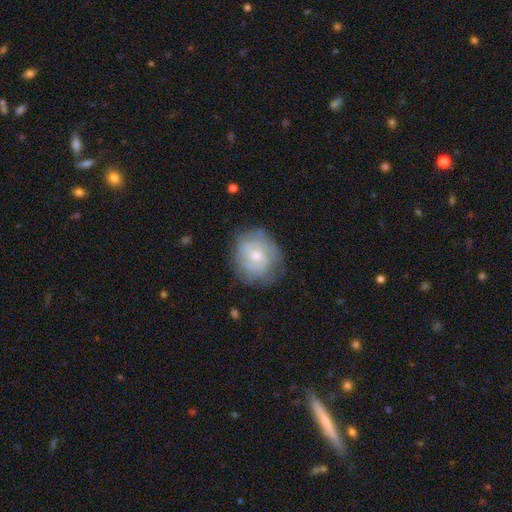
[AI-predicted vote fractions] Smooth or featured?
  - featured or disk: 67% *
  - smooth: 26%
  - star or artifact: 7%
Edge-on disk?
  - no: 98% *
  - yes: 2%
Bar?
  - no: 68% *
  - weak: 29%
  - strong: 3%
Spiral arms?
  - yes: 87% *
  - no: 13%
Spiral winding?
  - tight: 59% *
  - medium: 32%
  - loose: 9%
Spiral arm count?
  - 2: 40% *
  - can't tell: 35%
  - 3: 14%
  - 1: 4%
  - 4: 4%
  - more than 4: 3%
Bulge size?
  - moderate: 49% *
  - small: 44%
  - large: 3%
  - none: 3%
  - dominant: 1%
Merging?
  - none: 74% *
  - minor disturbance: 18%
  - major disturbance: 6%
  - merger: 1%